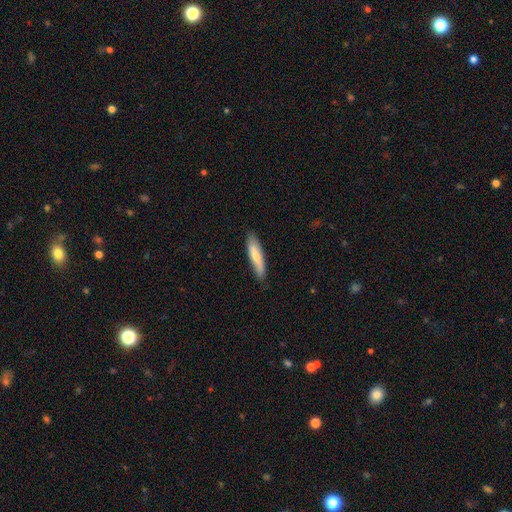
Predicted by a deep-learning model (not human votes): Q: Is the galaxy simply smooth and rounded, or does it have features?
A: smooth — 71%.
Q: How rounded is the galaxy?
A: cigar-shaped — 79%.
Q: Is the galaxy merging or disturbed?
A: none — 79%.